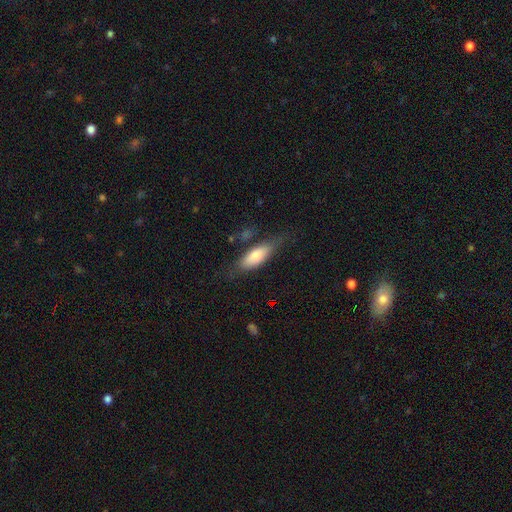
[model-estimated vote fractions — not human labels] This appears to be a smooth galaxy with no disk features (73%) that is in between round and cigar-shaped (66%). Merging: none (64%).